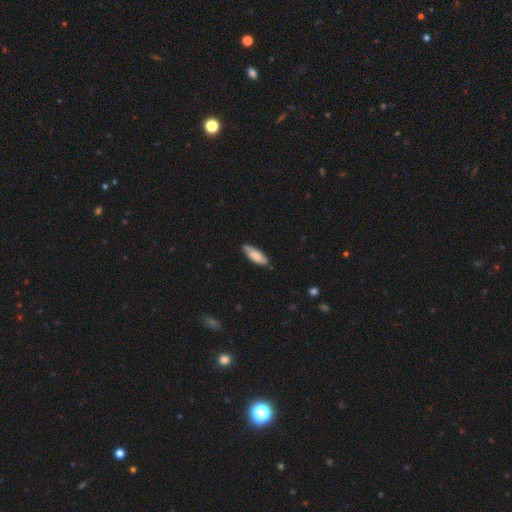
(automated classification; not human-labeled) Morphology: type=smooth (76%); roundness=in between (64%); merging=none (69%).